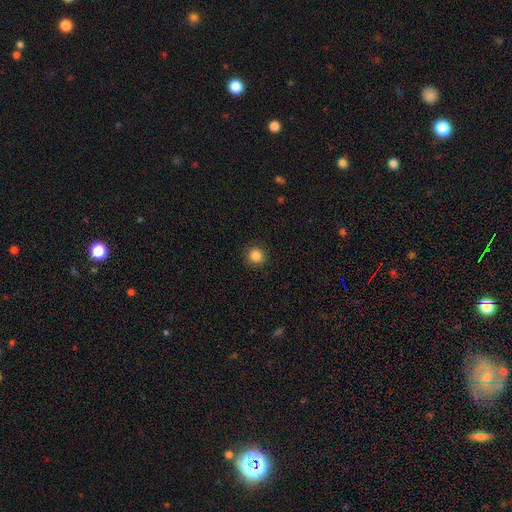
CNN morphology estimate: Smooth or featured?
  - smooth: 85% *
  - star or artifact: 11%
  - featured or disk: 4%
How rounded?
  - round: 92% *
  - in between: 7%
  - cigar-shaped: 1%
Merging?
  - none: 90% *
  - minor disturbance: 7%
  - major disturbance: 2%
  - merger: 1%